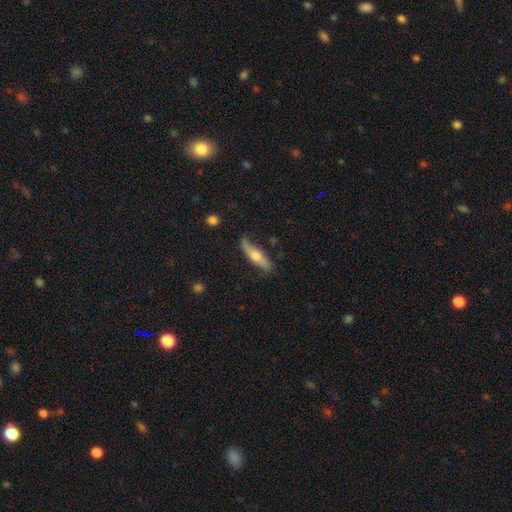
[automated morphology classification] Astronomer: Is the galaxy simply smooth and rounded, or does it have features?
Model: featured or disk — 52% (runner-up: smooth, 42%).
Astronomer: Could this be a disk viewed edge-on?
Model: yes — 81%.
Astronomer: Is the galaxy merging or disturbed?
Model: none — 76%.